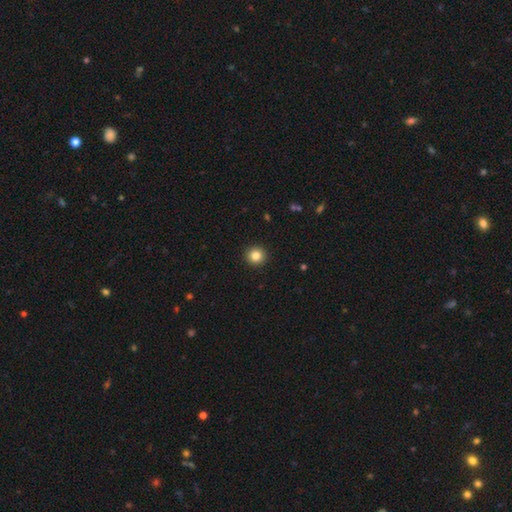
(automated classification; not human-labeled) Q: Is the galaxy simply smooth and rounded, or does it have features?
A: smooth — 84%.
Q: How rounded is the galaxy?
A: round — 94%.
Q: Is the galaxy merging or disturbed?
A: none — 93%.